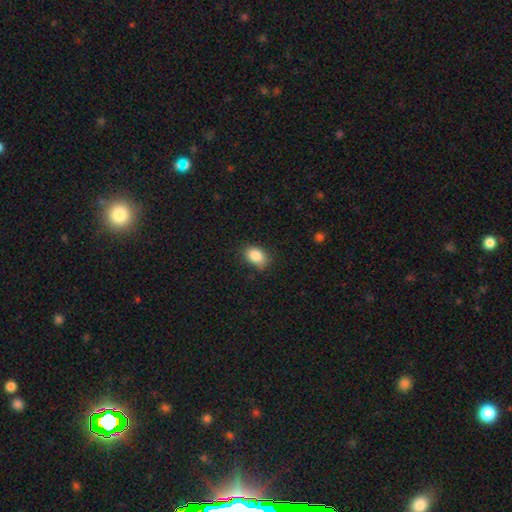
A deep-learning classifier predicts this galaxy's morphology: smooth_or_featured: smooth (p=0.87) [alt: star or artifact p=0.08]
how_rounded: in between (p=0.79) [alt: round p=0.20]
merging: none (p=0.78) [alt: minor disturbance p=0.17]